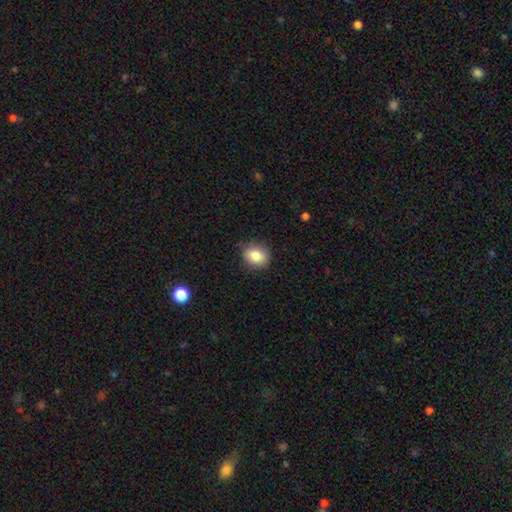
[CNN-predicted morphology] smooth 84%, star or artifact 9%, featured or disk 7%. Down the decision tree: how rounded — round (61%); merging — none (85%).